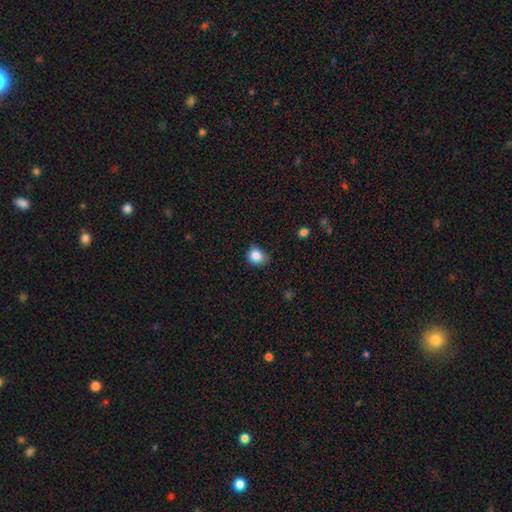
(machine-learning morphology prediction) Q: Smooth or featured?
A: smooth (84%); runner-up: star or artifact (10%)
Q: How rounded?
A: round (70%); runner-up: in between (30%)
Q: Merging?
A: none (69%); runner-up: minor disturbance (25%)